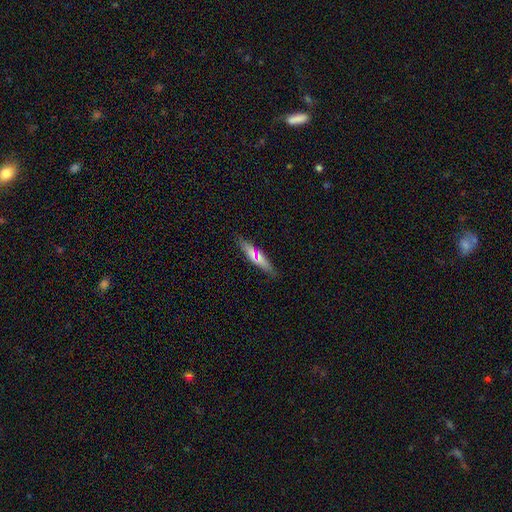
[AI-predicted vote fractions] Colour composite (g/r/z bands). It shows a smooth galaxy with no disk features (62%) that is cigar-shaped (72%). Merging: none (87%).